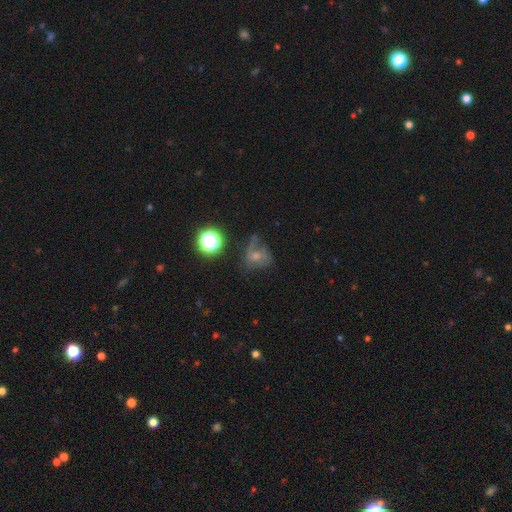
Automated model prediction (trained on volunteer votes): Q: Smooth or featured?
A: smooth (51%); runner-up: featured or disk (29%)
Q: How rounded?
A: round (61%); runner-up: in between (37%)
Q: Merging?
A: none (34%); runner-up: major disturbance (33%)